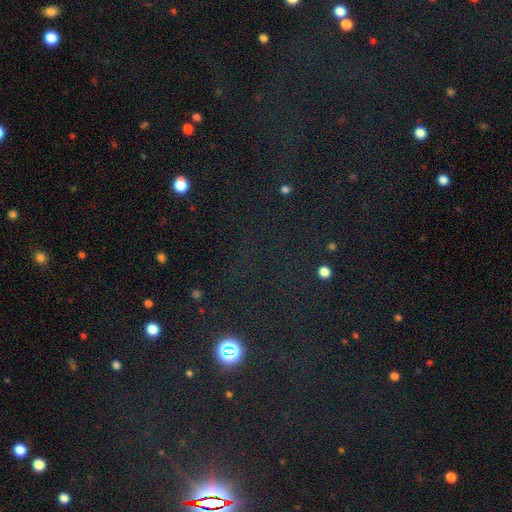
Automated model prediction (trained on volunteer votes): Overall: star or artifact (77%).